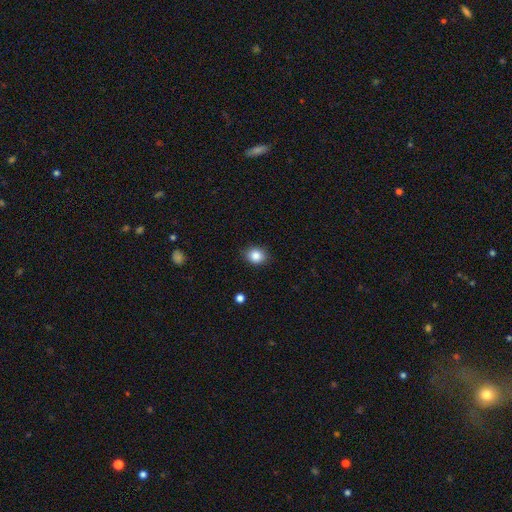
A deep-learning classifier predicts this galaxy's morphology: This is clearly a smooth galaxy (86%). How rounded: likely round (65%). Merging: clearly none (87%).